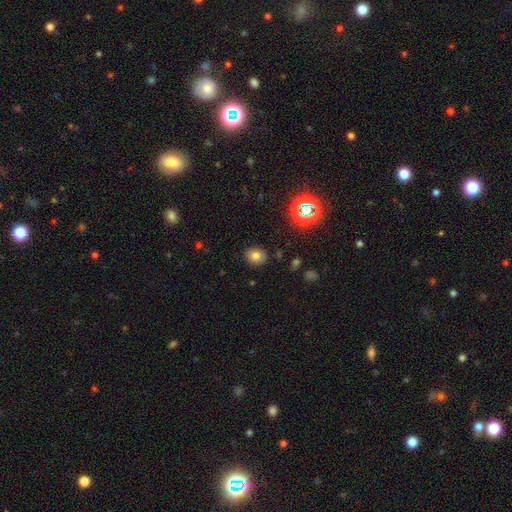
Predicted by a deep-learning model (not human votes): Smooth or featured? Predicted: smooth (p=0.74). How rounded? Predicted: round (p=0.64). Merging? Predicted: none (p=0.86).